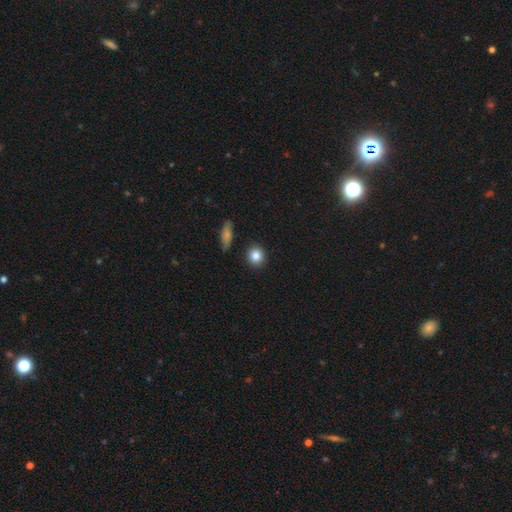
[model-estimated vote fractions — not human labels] This is clearly a smooth galaxy (84%). How rounded: clearly round (83%). Merging: clearly none (88%).